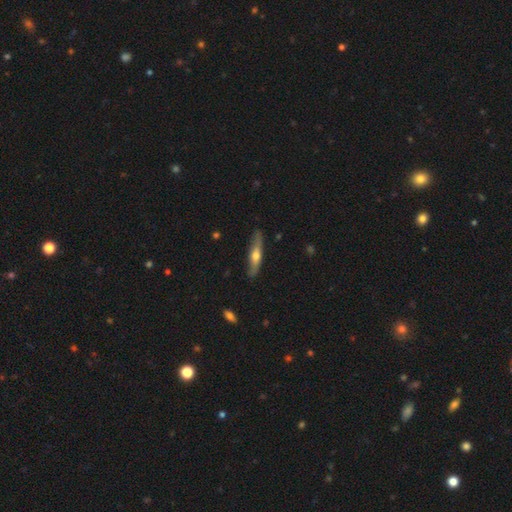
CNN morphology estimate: type=featured or disk (51%); edge-on=yes (85%); merging=none (83%).